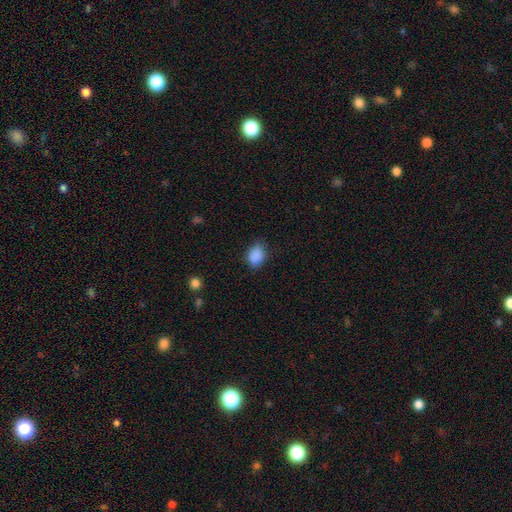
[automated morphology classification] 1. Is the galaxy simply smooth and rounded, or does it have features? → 87% smooth, 9% star or artifact, 4% featured or disk.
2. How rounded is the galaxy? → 69% in between, 29% round, 1% cigar-shaped.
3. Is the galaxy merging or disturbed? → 75% none, 20% minor disturbance, 4% major disturbance, 1% merger.